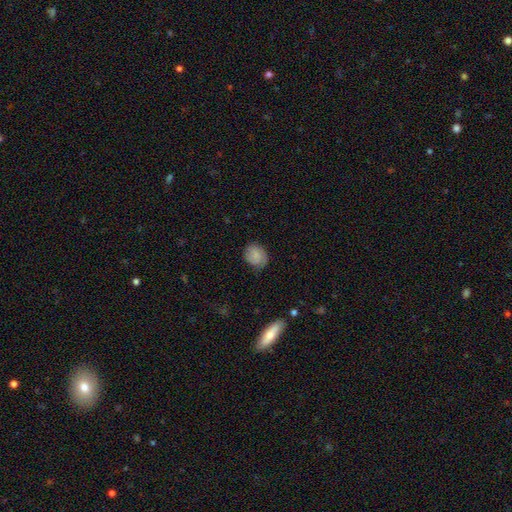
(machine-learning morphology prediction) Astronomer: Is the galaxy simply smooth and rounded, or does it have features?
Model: smooth — 67%.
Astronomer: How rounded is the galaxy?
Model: round — 58% (runner-up: in between, 41%).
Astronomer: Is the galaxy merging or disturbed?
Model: none — 67%.